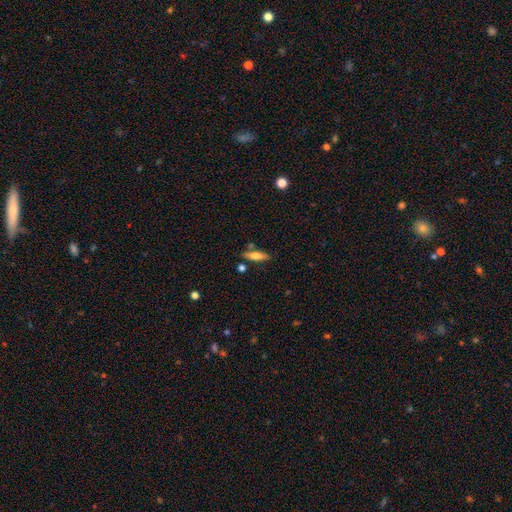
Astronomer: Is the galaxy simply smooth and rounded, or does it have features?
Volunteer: smooth — 62%.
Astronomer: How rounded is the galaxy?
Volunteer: in between — 52% (runner-up: cigar-shaped, 48%).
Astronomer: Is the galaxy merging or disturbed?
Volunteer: none — 78%.